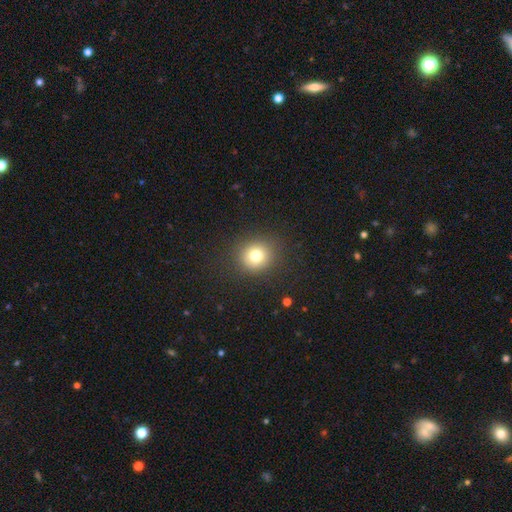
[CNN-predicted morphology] type=smooth (76%); roundness=round (88%); merging=none (88%).